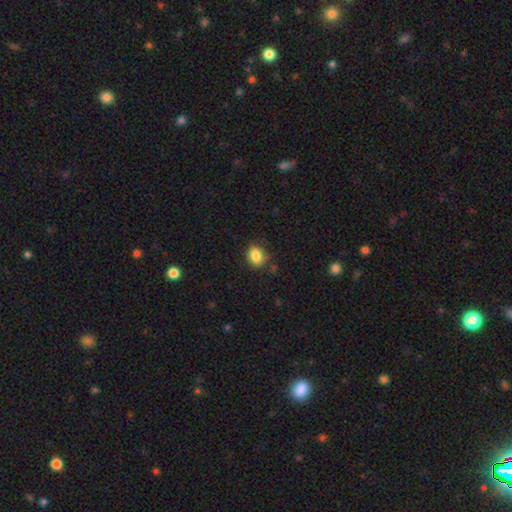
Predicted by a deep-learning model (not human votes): Smooth or featured: smooth — 85% (star or artifact — 9%)
How rounded: in between — 66% (round — 32%)
Merging: none — 79% (minor disturbance — 16%)